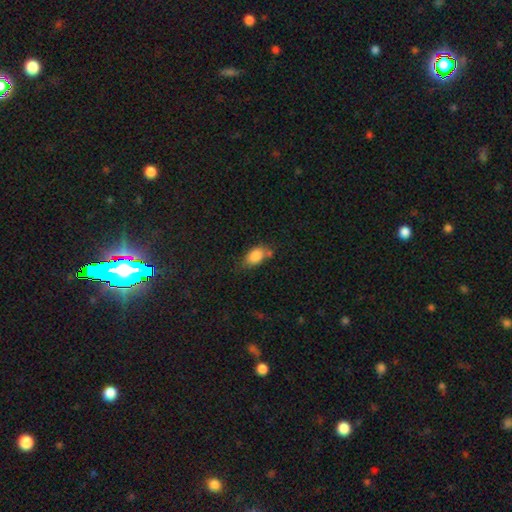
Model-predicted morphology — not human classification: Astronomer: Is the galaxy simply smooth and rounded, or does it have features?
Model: smooth — 84%.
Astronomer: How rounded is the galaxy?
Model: in between — 86%.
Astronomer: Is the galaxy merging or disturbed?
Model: none — 55%.